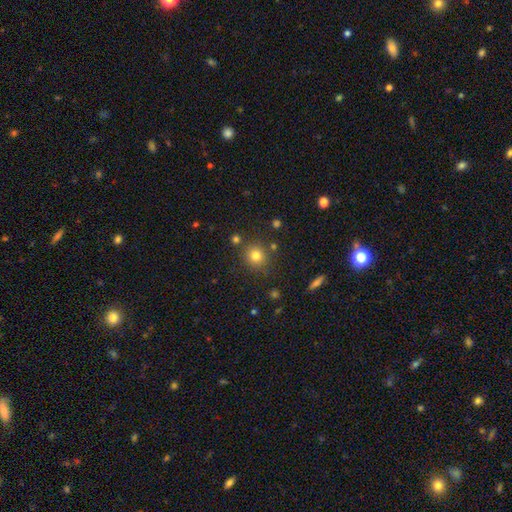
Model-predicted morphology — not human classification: smooth 78%, star or artifact 14%, featured or disk 8%. Down the decision tree: how rounded — round (88%); merging — none (82%).